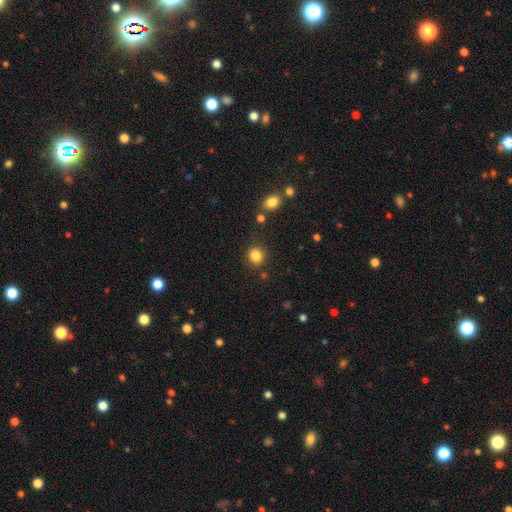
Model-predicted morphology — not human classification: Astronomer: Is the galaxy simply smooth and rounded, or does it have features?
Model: smooth — 85%.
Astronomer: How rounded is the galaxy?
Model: round — 74%.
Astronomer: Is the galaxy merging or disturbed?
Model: none — 85%.